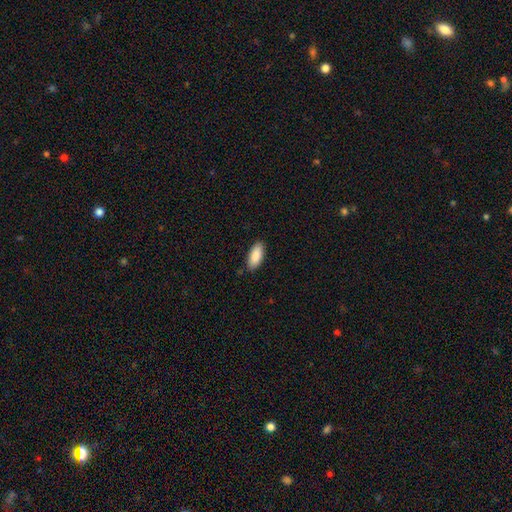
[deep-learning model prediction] Overall: smooth (89%). How rounded: in between (86%). Merging: none (87%).